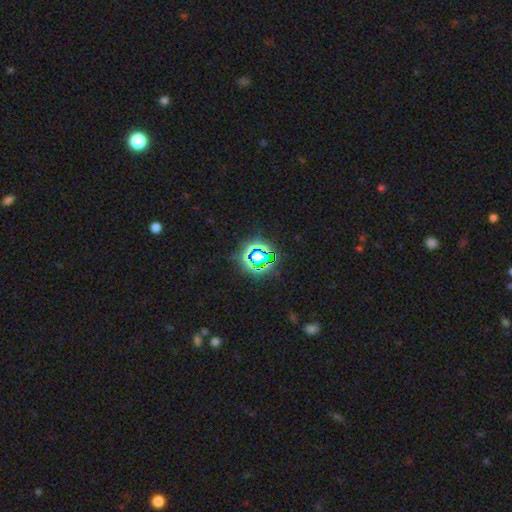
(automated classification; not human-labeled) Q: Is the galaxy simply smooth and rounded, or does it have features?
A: star or artifact — 66%.